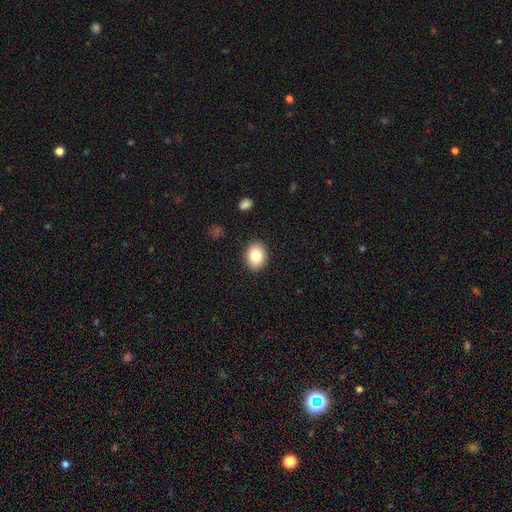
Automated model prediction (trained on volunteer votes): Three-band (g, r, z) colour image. It shows a smooth galaxy with no disk features (83%) that is in between round and cigar-shaped (54%). Merging: none (90%).